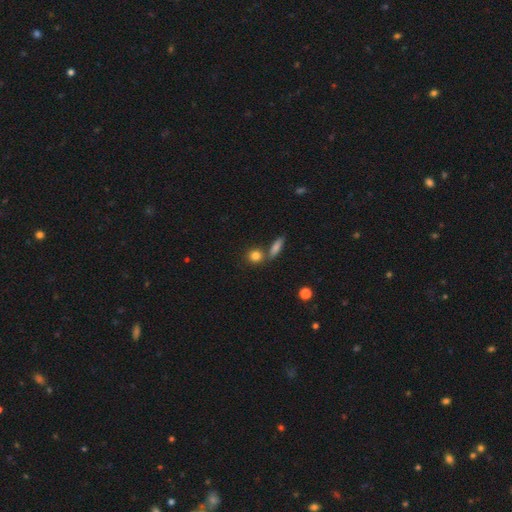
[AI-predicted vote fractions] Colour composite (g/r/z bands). It shows a smooth galaxy with no disk features (82%) that is round (73%). Merging: none (68%).